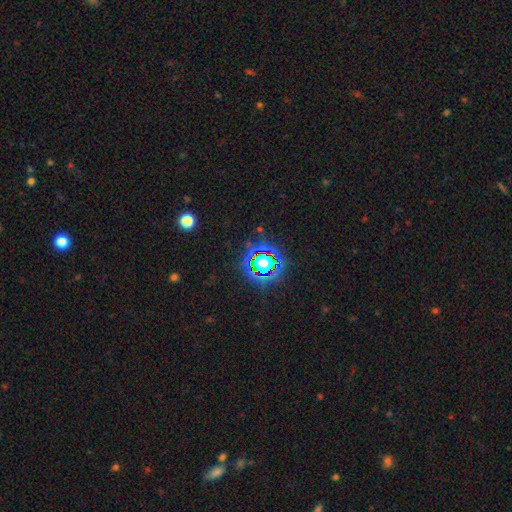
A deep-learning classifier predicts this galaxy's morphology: star or artifact 82%, smooth 11%, featured or disk 7%.